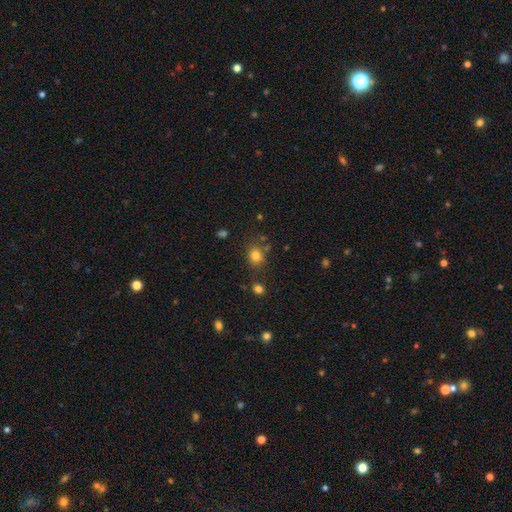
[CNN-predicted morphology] Smooth or featured? Predicted: smooth (p=0.80). How rounded? Predicted: round (p=0.55). Merging? Predicted: none (p=0.74).